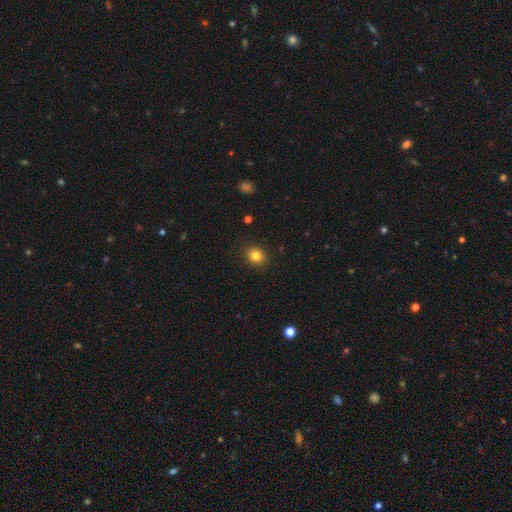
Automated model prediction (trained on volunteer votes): smooth_or_featured: smooth (p=0.83) [alt: star or artifact p=0.12]
how_rounded: round (p=0.76) [alt: in between p=0.23]
merging: none (p=0.90) [alt: minor disturbance p=0.07]